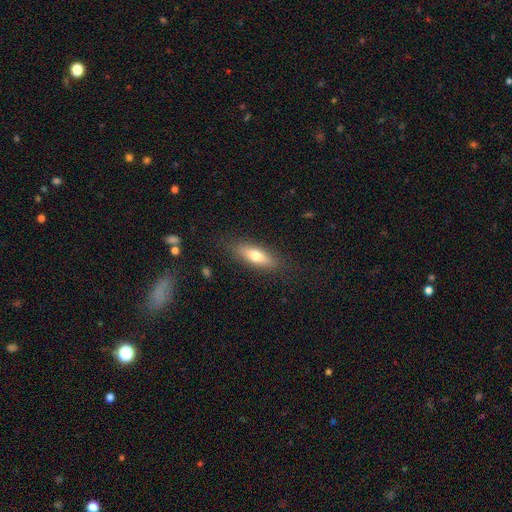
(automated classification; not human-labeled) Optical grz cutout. It shows a smooth galaxy with no disk features (71%) that is in between round and cigar-shaped (54%). Merging: none (84%).